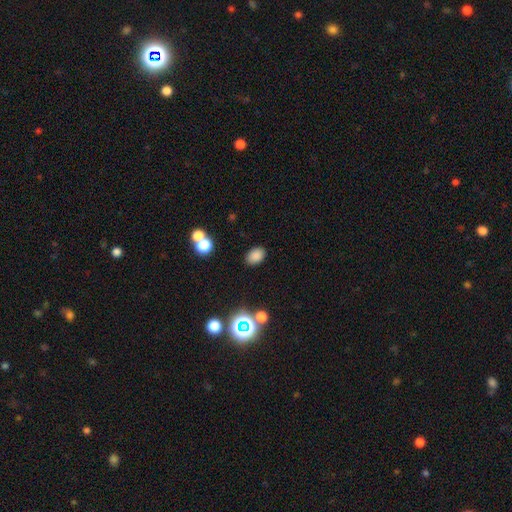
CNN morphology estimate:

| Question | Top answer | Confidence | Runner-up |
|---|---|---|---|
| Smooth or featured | smooth | 81% | star or artifact (14%) |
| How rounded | in between | 81% | round (18%) |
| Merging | none | 85% | minor disturbance (9%) |